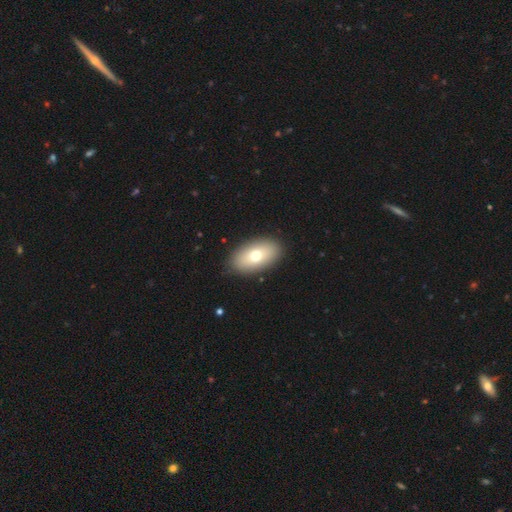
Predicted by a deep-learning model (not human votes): Overall: smooth (70%). How rounded: in between (92%). Merging: none (89%).